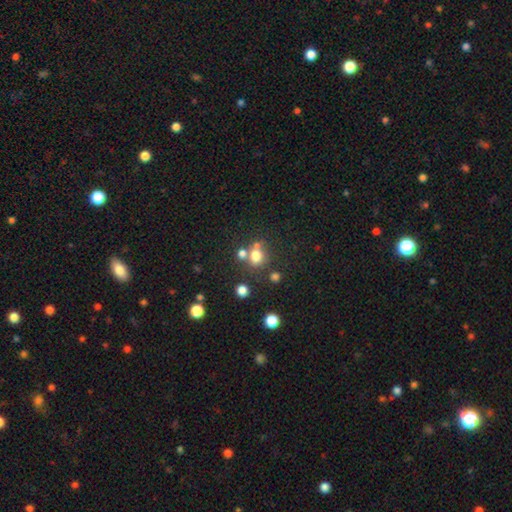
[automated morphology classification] A smooth galaxy with no disk features (72%) that is round (74%). Merging: none (57%).